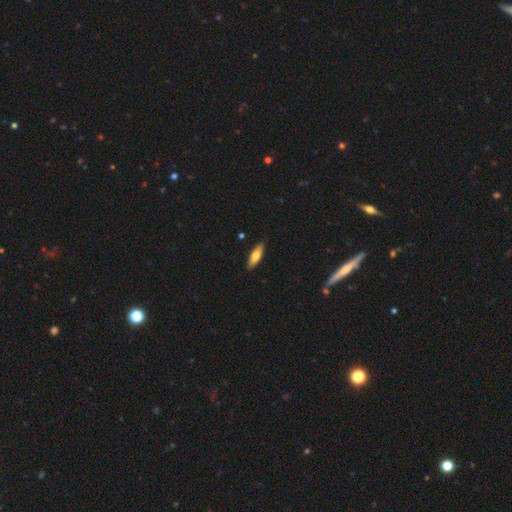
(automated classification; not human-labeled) A smooth galaxy with no disk features (71%) that is in between round and cigar-shaped (51%). Merging: none (88%).